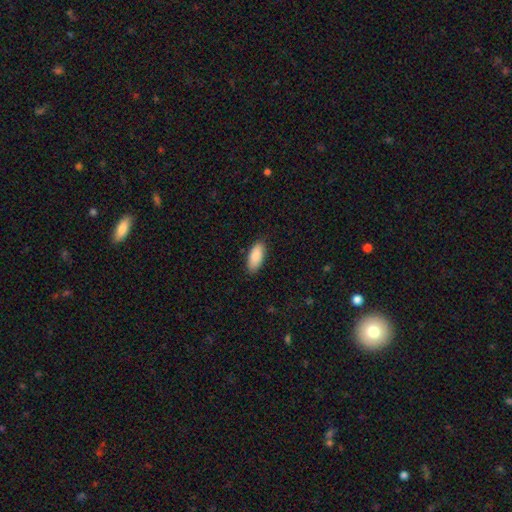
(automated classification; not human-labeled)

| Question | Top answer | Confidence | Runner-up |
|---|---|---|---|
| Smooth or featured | smooth | 90% | star or artifact (6%) |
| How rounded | in between | 89% | cigar-shaped (10%) |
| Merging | none | 87% | minor disturbance (10%) |